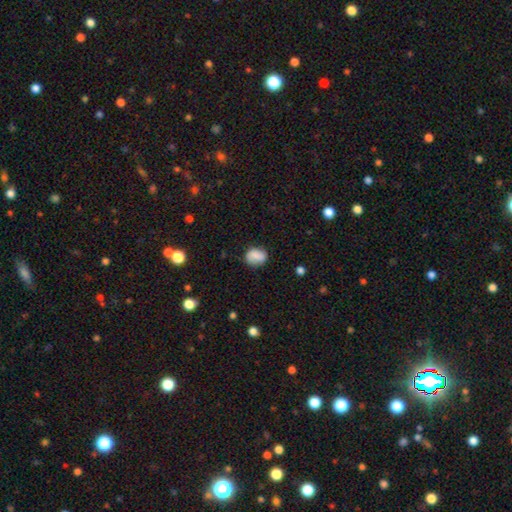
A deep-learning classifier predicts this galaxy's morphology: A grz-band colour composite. It shows a smooth galaxy with no disk features (80%) that is in between round and cigar-shaped (50%). Merging: none (74%).